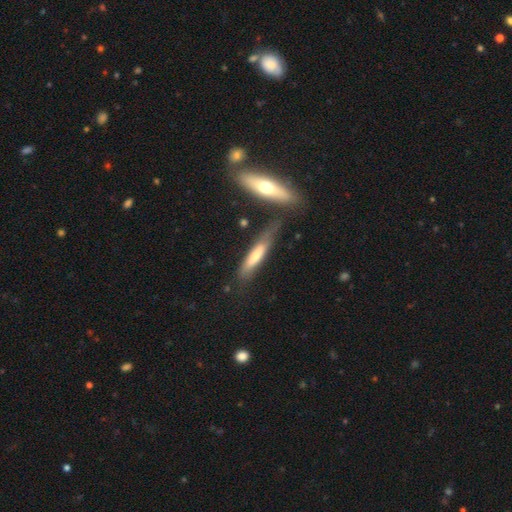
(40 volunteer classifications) Morphology: type=smooth (50%); roundness=cigar-shaped (75%); merging=none (50%).